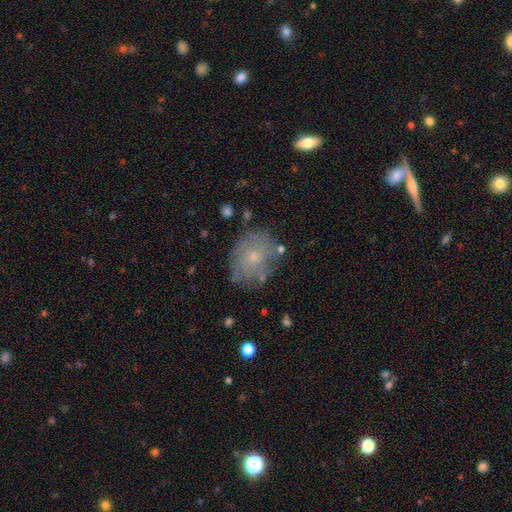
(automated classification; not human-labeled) Q: Smooth or featured?
A: smooth (43%); runner-up: featured or disk (38%)
Q: Merging?
A: none (75%); runner-up: minor disturbance (16%)